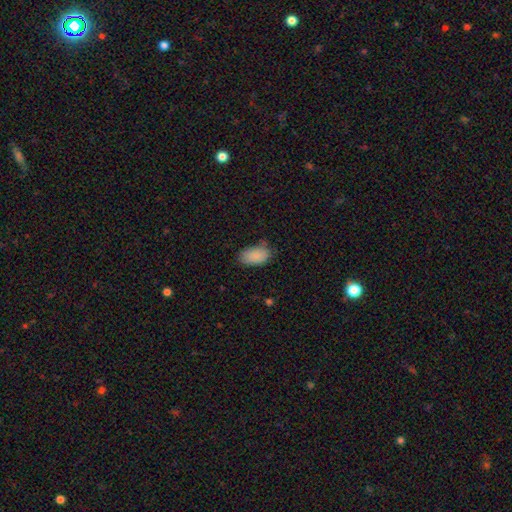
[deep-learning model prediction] Overall: smooth (88%). How rounded: in between (94%). Merging: none (66%; minor disturbance 26%).